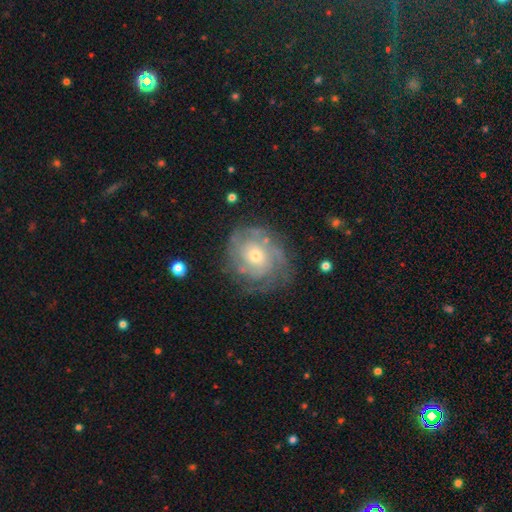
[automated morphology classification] The model was most divided on "bulge size" (2-way tie): small: 47%, moderate: 47%, large: 3%, none: 1%, dominant: 1%. Remaining: edge-on disk — no (97%); spiral arms — yes (89%); bar — no (78%); smooth or featured — featured or disk (77%); merging — none (72%); spiral winding — tight (67%); spiral arm count — can't tell (45%).